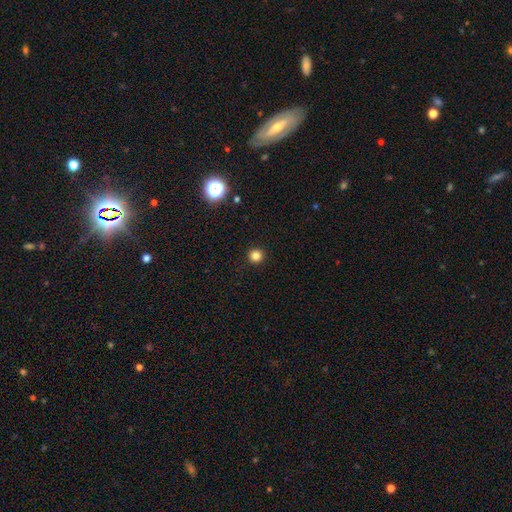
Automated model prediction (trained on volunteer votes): A smooth galaxy with no disk features (83%) that is round (96%). Merging: none (93%).